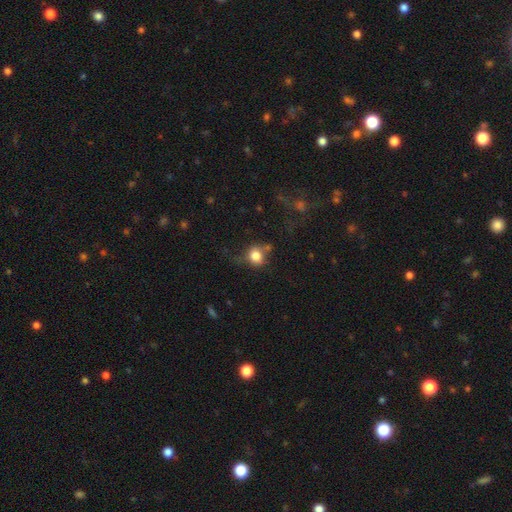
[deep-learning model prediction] This appears to be a smooth galaxy with no disk features (79%) that is round (74%). Merging: none (53%).